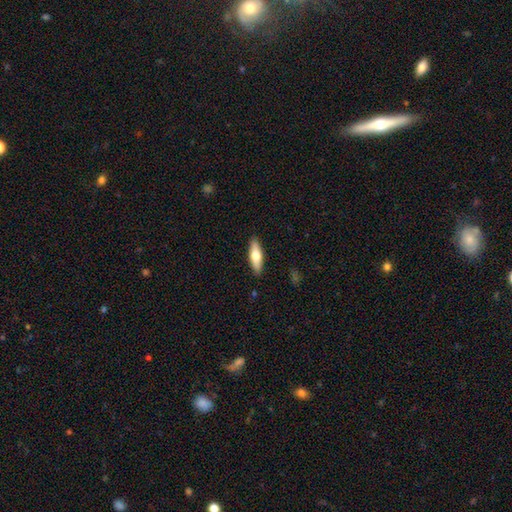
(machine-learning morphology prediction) Smooth or featured? smooth (60%)
How rounded? cigar-shaped (52%)
Merging? none (89%)